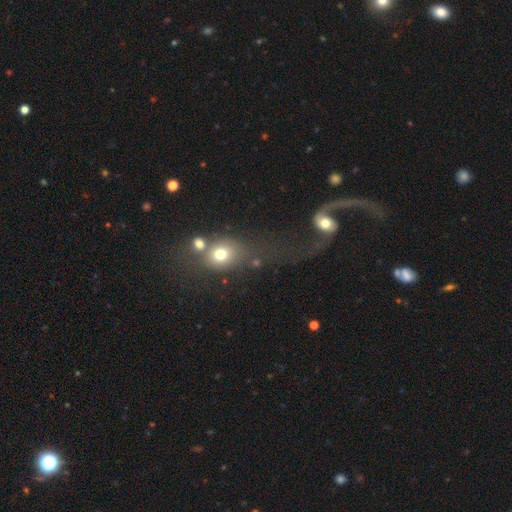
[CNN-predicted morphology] Smooth or featured: smooth — 43% (featured or disk — 40%)
Merging: merger — 54% (none — 20%)